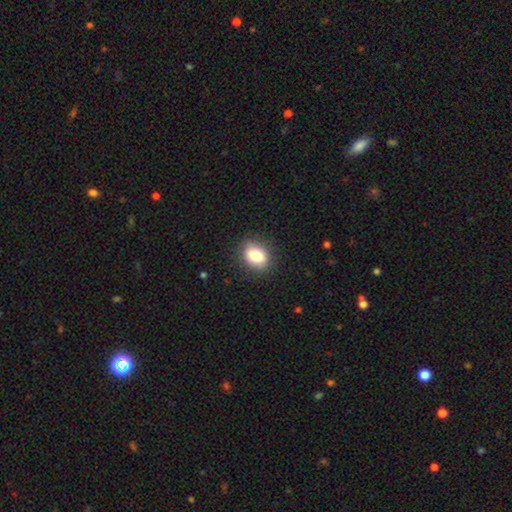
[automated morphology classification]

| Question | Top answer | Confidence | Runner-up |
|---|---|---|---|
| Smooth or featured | smooth | 80% | featured or disk (12%) |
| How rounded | in between | 69% | round (29%) |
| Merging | none | 87% | minor disturbance (10%) |